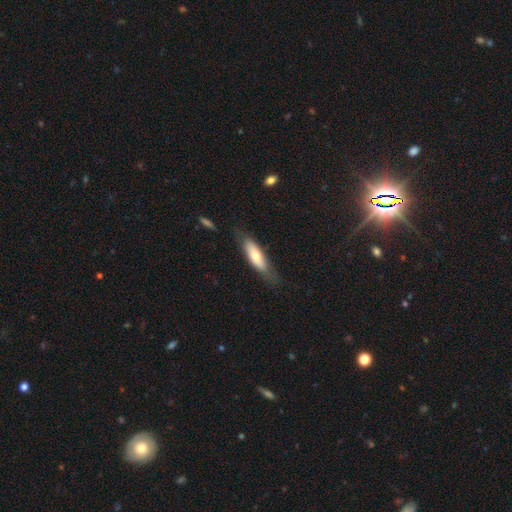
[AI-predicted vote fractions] smooth 64%, featured or disk 31%, star or artifact 6%. Down the decision tree: how rounded — cigar-shaped (52%); merging — none (71%).